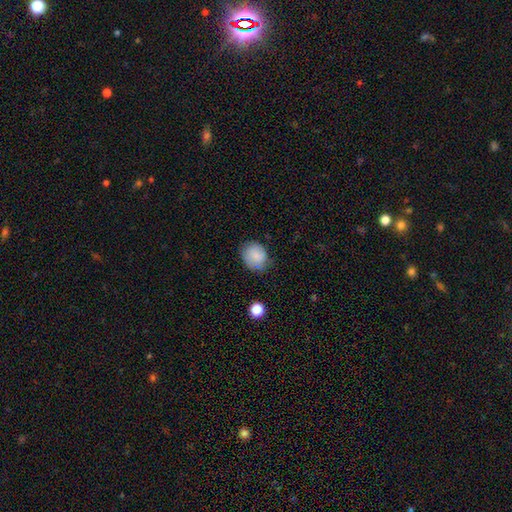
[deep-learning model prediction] Morphology: type=smooth (74%); roundness=round (64%); merging=none (68%).